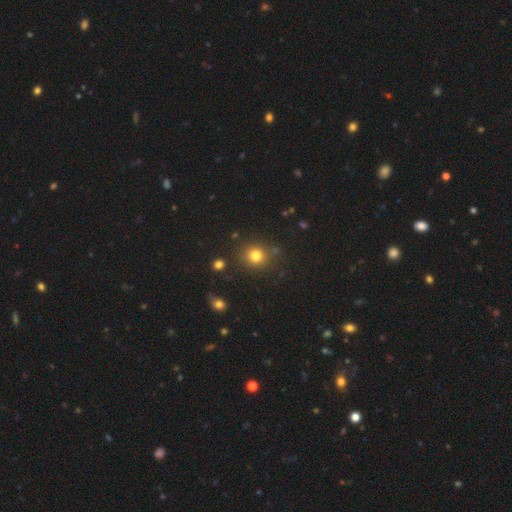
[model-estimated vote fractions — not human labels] The model was most divided on "smooth or featured": smooth: 79%, star or artifact: 14%, featured or disk: 6%. More confident: how rounded — round (85%); merging — none (82%).